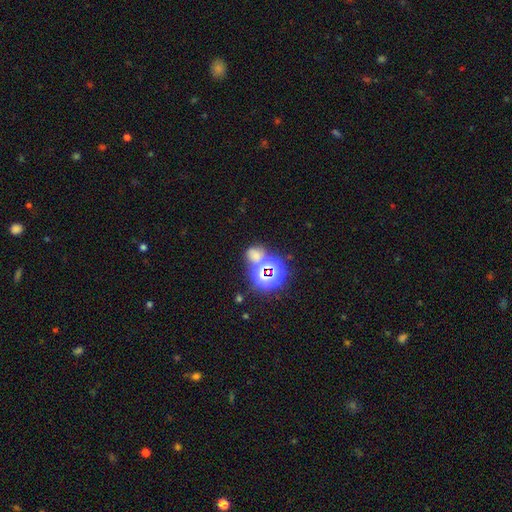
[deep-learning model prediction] smooth_or_featured: star or artifact (p=0.46) [alt: smooth p=0.44]